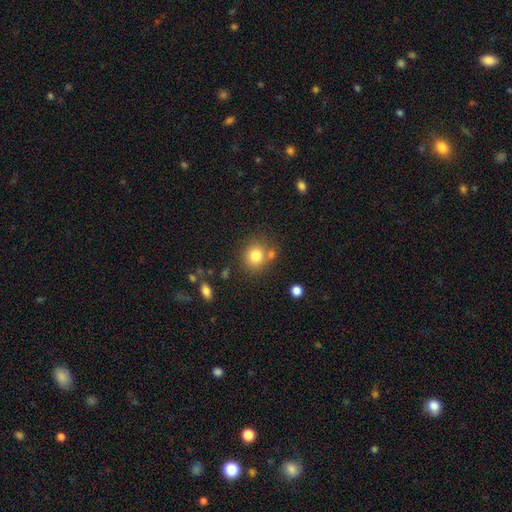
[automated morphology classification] The model was most divided on "merging": none: 70%, merger: 16%, minor disturbance: 11%, major disturbance: 4%. More confident: how rounded — round (84%); smooth or featured — smooth (80%).